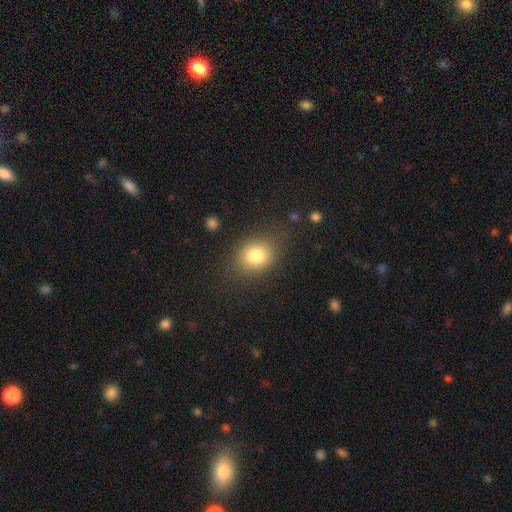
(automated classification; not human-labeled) This appears to be a smooth galaxy with no disk features (80%) that is round (55%). Merging: none (78%).